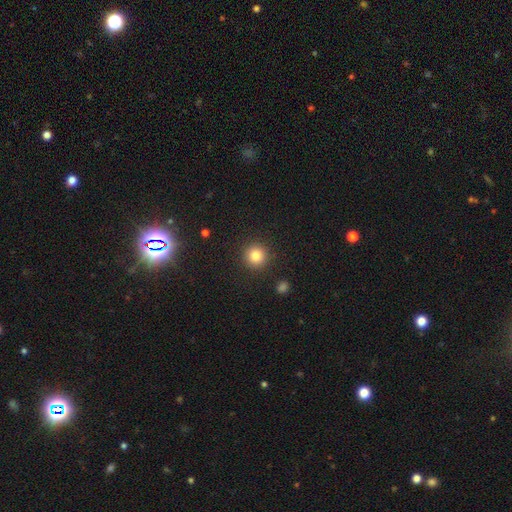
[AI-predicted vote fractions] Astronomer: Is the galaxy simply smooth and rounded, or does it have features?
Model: smooth — 82%.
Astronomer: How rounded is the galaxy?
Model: round — 95%.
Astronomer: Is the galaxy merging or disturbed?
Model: none — 91%.